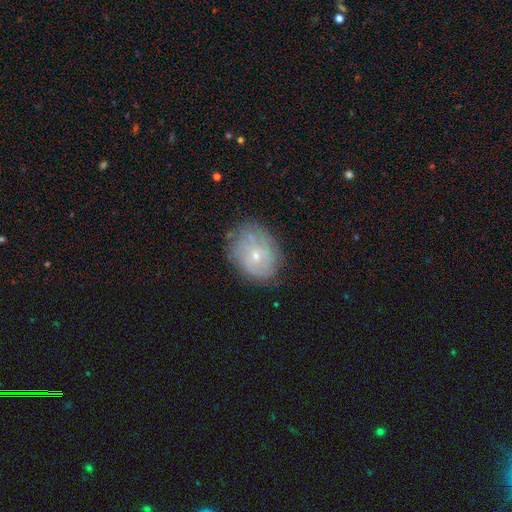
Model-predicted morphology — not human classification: Smooth or featured? Predicted: featured or disk (p=0.51). Edge-on disk? Predicted: no (p=0.96). Merging? Predicted: none (p=0.69).